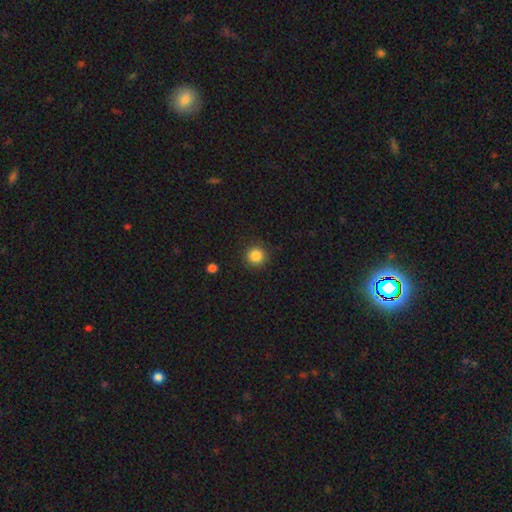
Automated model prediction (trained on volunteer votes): Smooth or featured? Predicted: smooth (p=0.86). How rounded? Predicted: round (p=0.94). Merging? Predicted: none (p=0.90).